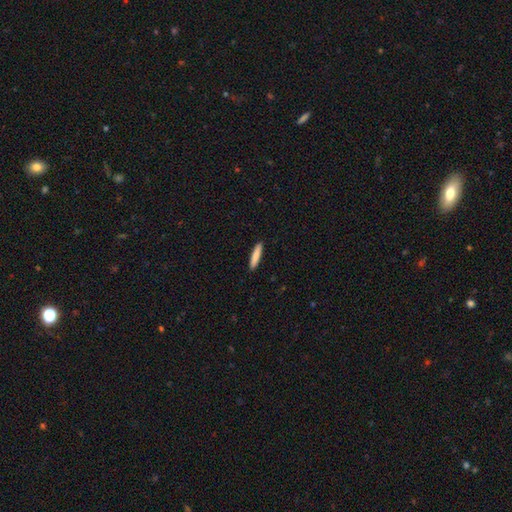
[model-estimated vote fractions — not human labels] smooth-or-featured: smooth: 84% | featured or disk: 10% | star or artifact: 6%
  how-rounded: cigar-shaped: 91% | in between: 8% | round: 1%
  merging: none: 91% | minor disturbance: 6% | major disturbance: 1% | merger: 1%